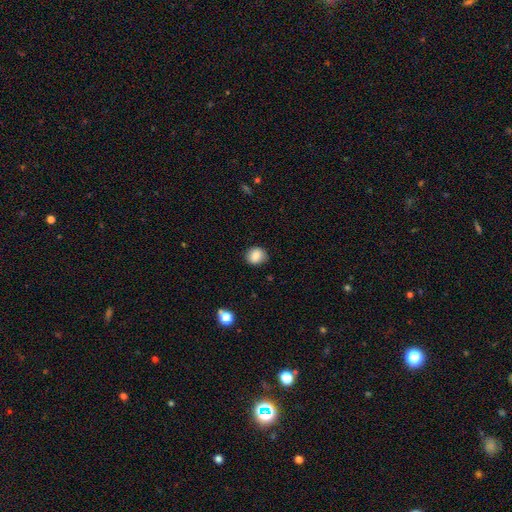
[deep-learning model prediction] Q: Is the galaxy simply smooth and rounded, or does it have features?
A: smooth — 83%.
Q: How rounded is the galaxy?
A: round — 78%.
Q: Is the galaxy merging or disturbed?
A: none — 87%.